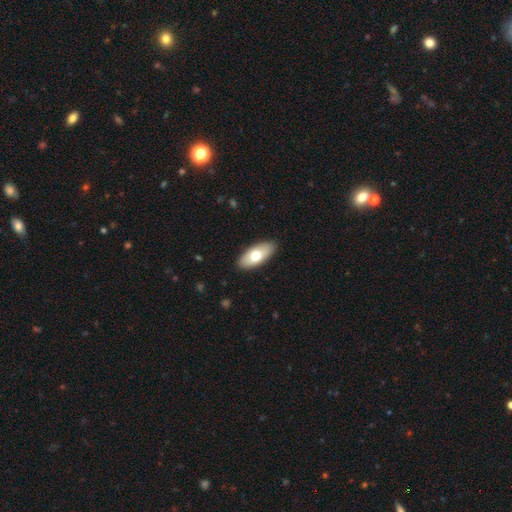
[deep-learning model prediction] Smooth or featured? smooth (67%)
How rounded? in between (90%)
Merging? none (88%)